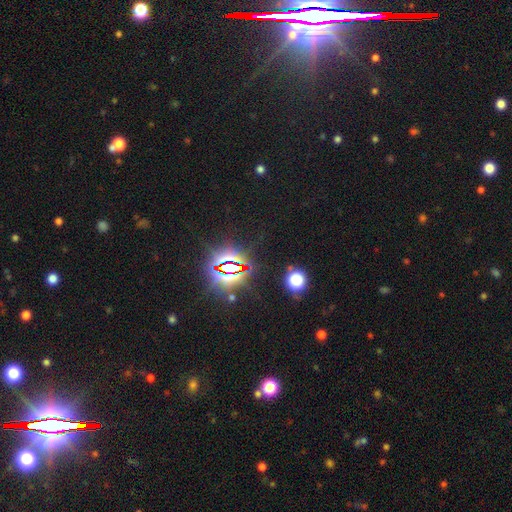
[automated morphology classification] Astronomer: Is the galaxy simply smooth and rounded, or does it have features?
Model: star or artifact — 81%.